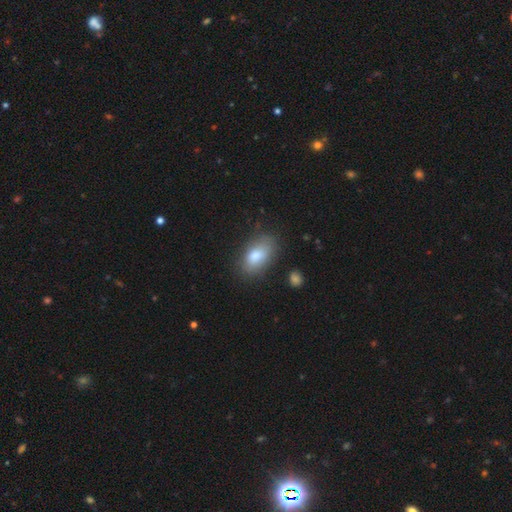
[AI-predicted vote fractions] Q: Smooth or featured?
A: smooth (79%); runner-up: featured or disk (13%)
Q: How rounded?
A: in between (91%); runner-up: round (6%)
Q: Merging?
A: none (75%); runner-up: minor disturbance (18%)